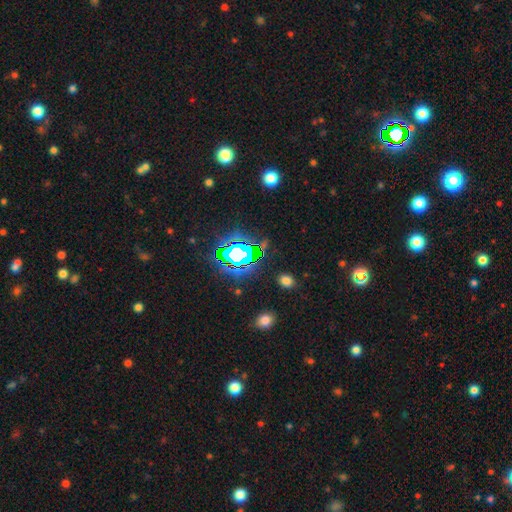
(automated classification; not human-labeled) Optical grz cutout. It shows a star or artifact, not a galaxy (79%).